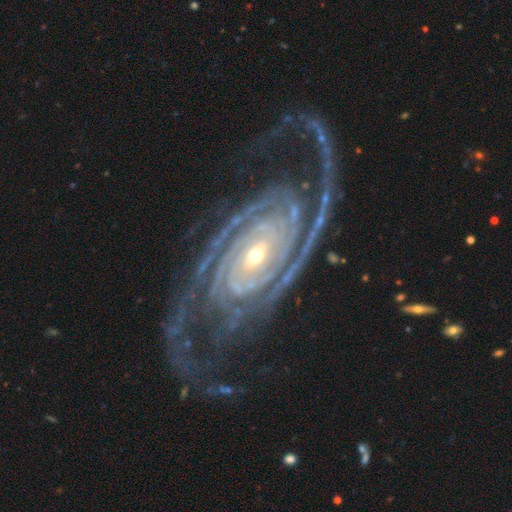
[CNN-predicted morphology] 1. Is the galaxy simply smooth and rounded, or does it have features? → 94% featured or disk, 4% star or artifact, 2% smooth.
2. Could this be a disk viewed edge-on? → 97% no, 3% yes.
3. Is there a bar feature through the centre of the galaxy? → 58% no, 23% weak, 19% strong.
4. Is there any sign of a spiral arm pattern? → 99% yes, 1% no.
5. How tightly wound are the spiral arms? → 63% tight, 30% medium, 7% loose.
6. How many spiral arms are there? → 65% 2, 11% 3, 8% can't tell, 6% 4, 5% more than 4, 5% 1.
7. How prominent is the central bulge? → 64% small, 32% moderate, 2% large, 1% dominant, 1% none.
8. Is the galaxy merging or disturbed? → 73% none, 13% minor disturbance, 12% major disturbance, 2% merger.